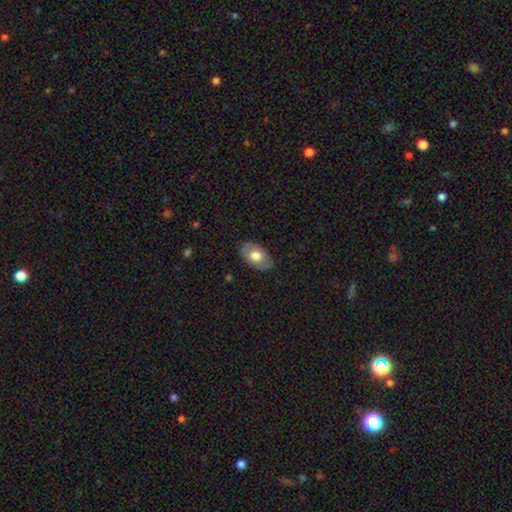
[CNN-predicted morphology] This is likely a smooth galaxy (64%). How rounded: clearly in between (92%). Merging: clearly none (82%).